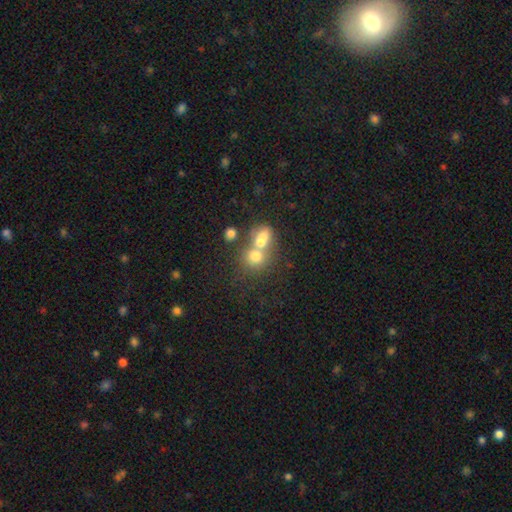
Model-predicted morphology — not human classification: The model was most divided on "merging": merger: 60%, none: 30%, minor disturbance: 7%, major disturbance: 4%. More confident: smooth or featured — smooth (69%); how rounded — round (67%).